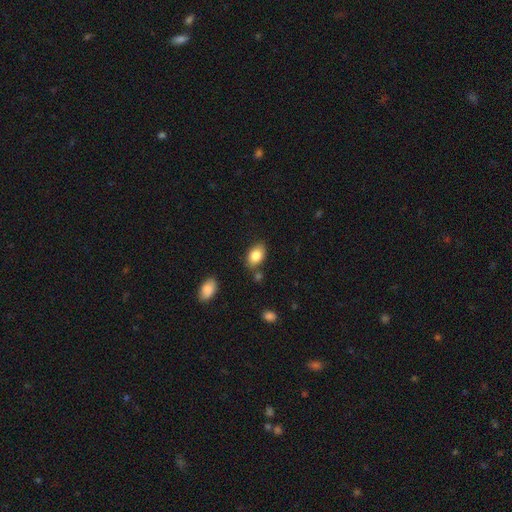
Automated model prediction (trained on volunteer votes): The model was most divided on "merging": none: 76%, minor disturbance: 15%, merger: 6%, major disturbance: 3%. More confident: how rounded — in between (88%); smooth or featured — smooth (83%).